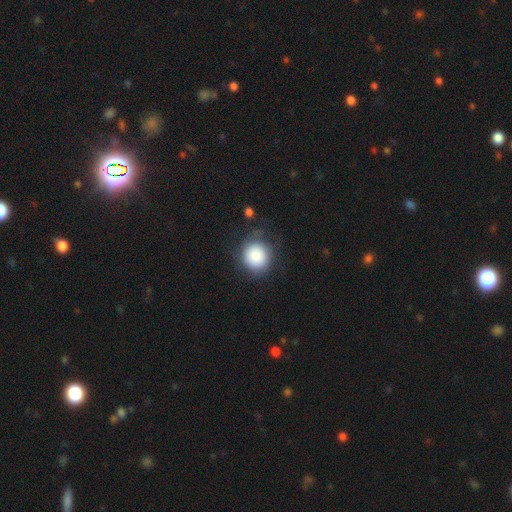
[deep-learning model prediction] Smooth or featured? Predicted: smooth (p=0.85). How rounded? Predicted: round (p=0.89). Merging? Predicted: none (p=0.73).